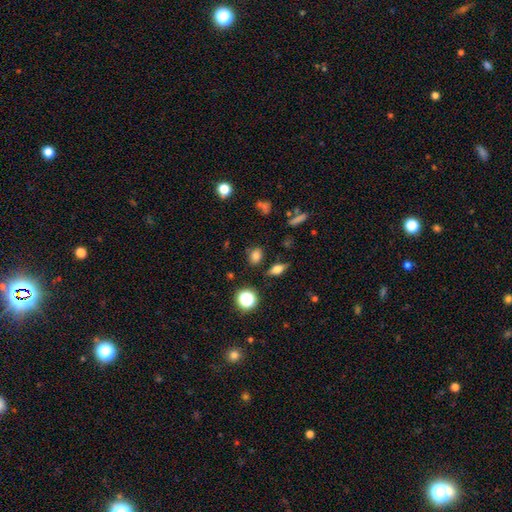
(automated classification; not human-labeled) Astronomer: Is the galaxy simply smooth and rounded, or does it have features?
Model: smooth — 77%.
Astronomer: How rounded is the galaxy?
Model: in between — 60% (runner-up: round, 37%).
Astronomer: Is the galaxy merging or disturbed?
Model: none — 81%.